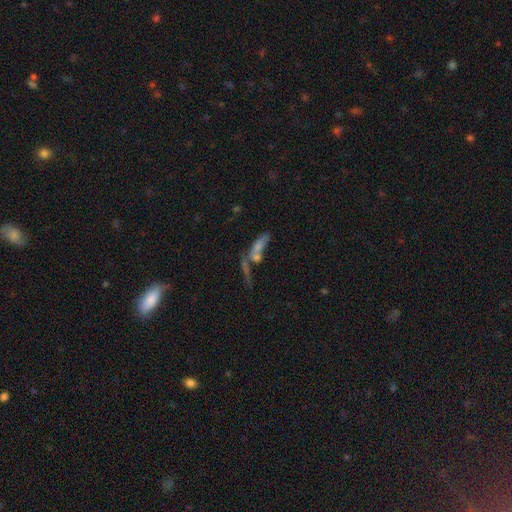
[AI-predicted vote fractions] smooth_or_featured: smooth (p=0.47) [alt: featured or disk p=0.34]
merging: merger (p=0.51) [alt: none p=0.29]